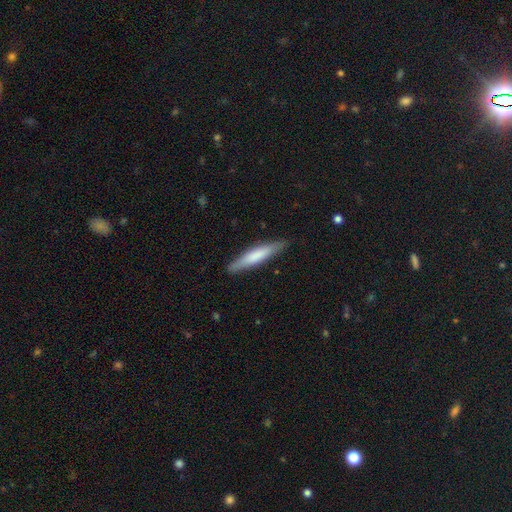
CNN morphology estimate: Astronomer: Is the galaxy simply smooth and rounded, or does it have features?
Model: smooth — 67%.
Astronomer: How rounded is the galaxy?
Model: cigar-shaped — 90%.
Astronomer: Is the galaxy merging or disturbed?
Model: none — 87%.